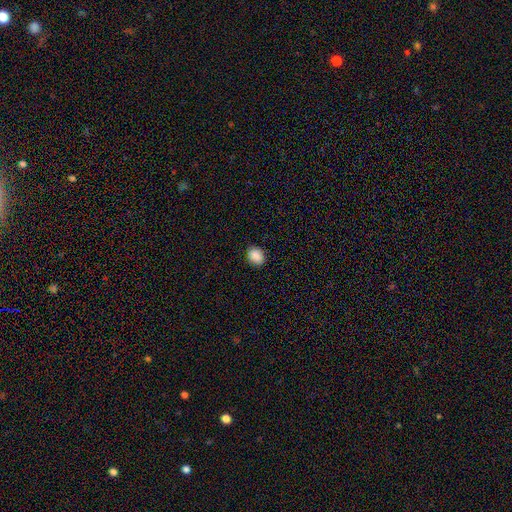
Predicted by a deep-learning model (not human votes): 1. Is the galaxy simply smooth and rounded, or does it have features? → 89% smooth, 8% star or artifact, 3% featured or disk.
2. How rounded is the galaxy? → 53% in between, 46% round, 1% cigar-shaped.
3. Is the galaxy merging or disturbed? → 88% none, 9% minor disturbance, 2% major disturbance, 1% merger.